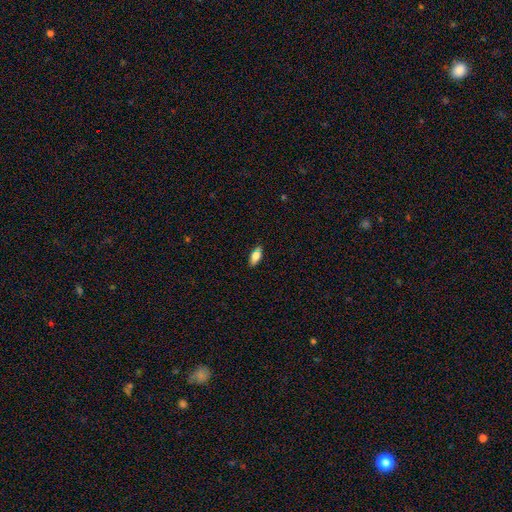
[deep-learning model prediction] This is likely a smooth galaxy (77%). How rounded: clearly in between (85%). Merging: likely none (79%).